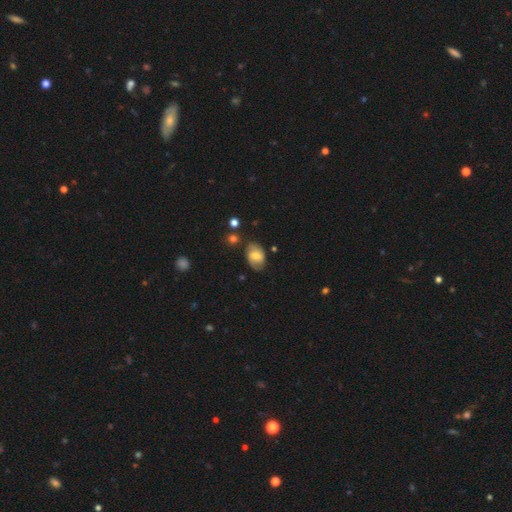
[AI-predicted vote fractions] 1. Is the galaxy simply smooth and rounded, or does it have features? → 54% smooth, 38% featured or disk, 8% star or artifact.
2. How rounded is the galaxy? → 79% in between, 19% round, 1% cigar-shaped.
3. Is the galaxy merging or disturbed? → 73% none, 19% minor disturbance, 5% major disturbance, 3% merger.